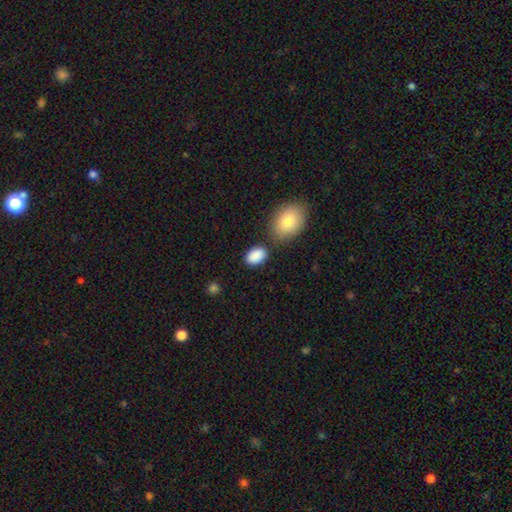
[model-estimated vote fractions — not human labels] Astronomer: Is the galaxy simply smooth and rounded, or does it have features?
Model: smooth — 89%.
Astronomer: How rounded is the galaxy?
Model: in between — 88%.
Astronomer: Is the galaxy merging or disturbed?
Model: none — 73%.